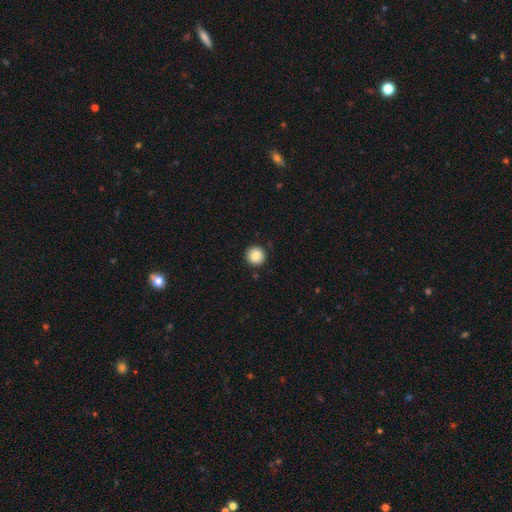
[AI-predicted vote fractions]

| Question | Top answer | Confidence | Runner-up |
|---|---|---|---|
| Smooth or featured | smooth | 85% | star or artifact (8%) |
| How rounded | round | 95% | in between (4%) |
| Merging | none | 91% | minor disturbance (6%) |